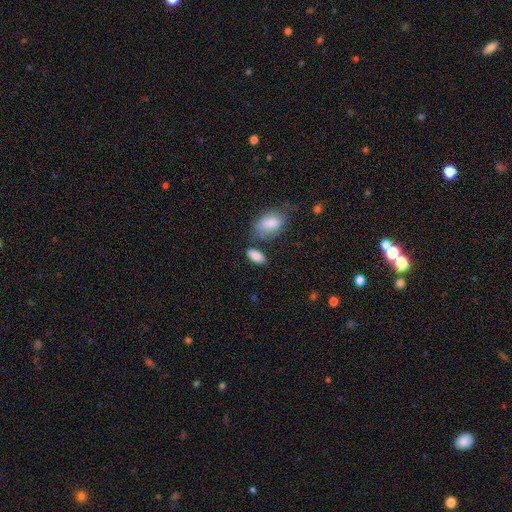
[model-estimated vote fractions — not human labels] Smooth or featured? Predicted: smooth (p=0.87). How rounded? Predicted: in between (p=0.89). Merging? Predicted: none (p=0.64).